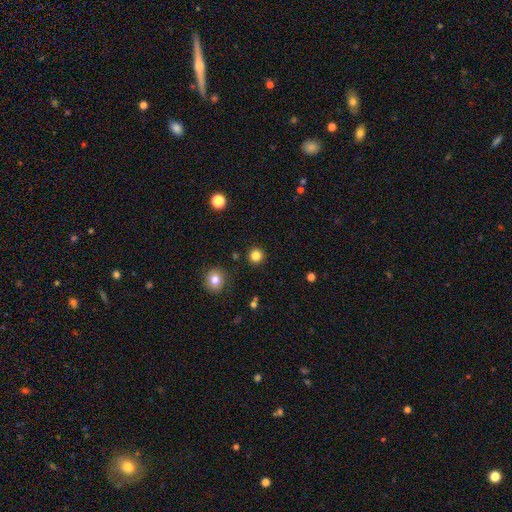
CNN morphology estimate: This is clearly a smooth galaxy (84%). How rounded: clearly round (95%). Merging: clearly none (91%).